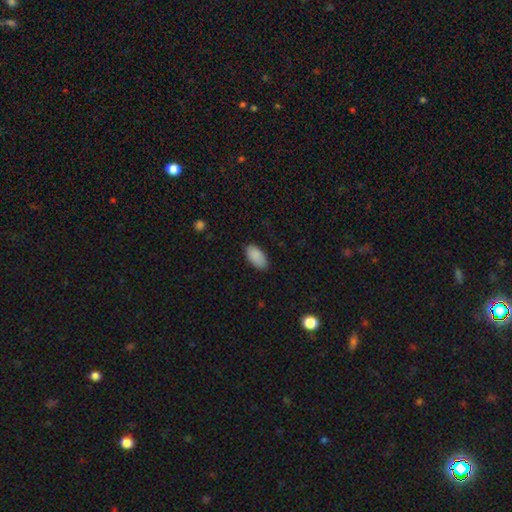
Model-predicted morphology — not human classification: Overall: smooth (89%). How rounded: in between (95%). Merging: none (82%).